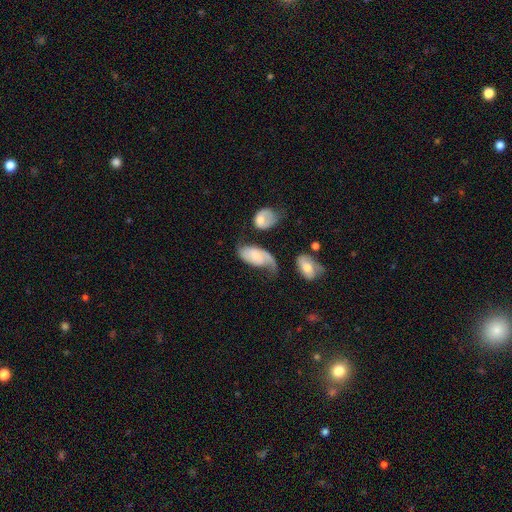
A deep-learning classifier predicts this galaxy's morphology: type=featured or disk (62%); edge-on=no (96%); bar=no (66%); spiral arms=yes (90%); winding=loose (47%); arm count=2 (58%); bulge=small (36%); merging=none (32%).